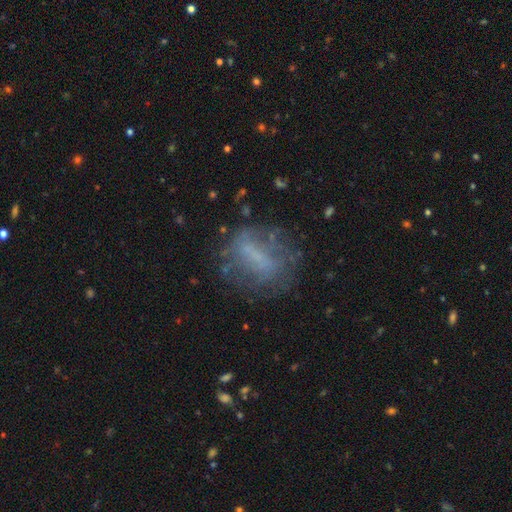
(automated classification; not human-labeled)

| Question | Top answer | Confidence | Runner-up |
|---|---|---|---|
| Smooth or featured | featured or disk | 43% | smooth (41%) |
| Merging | none | 64% | minor disturbance (19%) |